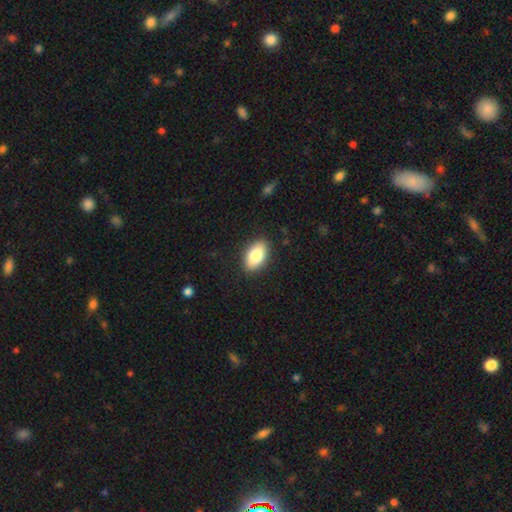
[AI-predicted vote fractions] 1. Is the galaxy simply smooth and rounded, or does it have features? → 82% smooth, 12% featured or disk, 7% star or artifact.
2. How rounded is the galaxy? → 92% in between, 5% round, 3% cigar-shaped.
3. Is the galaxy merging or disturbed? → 88% none, 8% minor disturbance, 2% major disturbance, 1% merger.